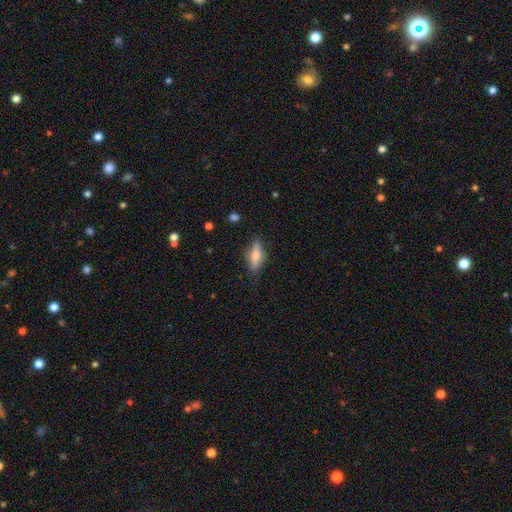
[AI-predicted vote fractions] Smooth or featured? Predicted: smooth (p=0.58). How rounded? Predicted: cigar-shaped (p=0.52). Merging? Predicted: none (p=0.79).